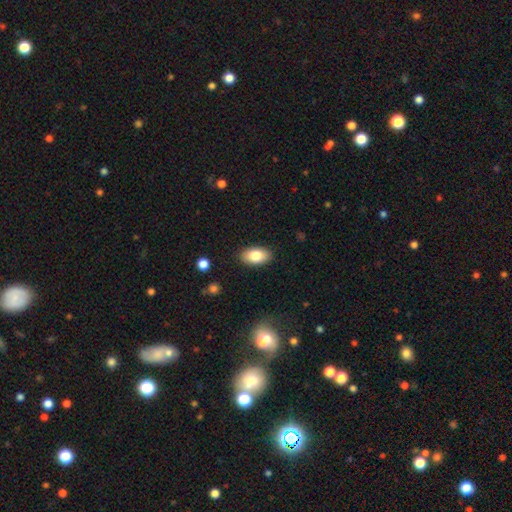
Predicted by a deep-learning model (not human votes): Q: Smooth or featured?
A: smooth (81%); runner-up: featured or disk (12%)
Q: How rounded?
A: in between (93%); runner-up: round (5%)
Q: Merging?
A: none (88%); runner-up: minor disturbance (9%)